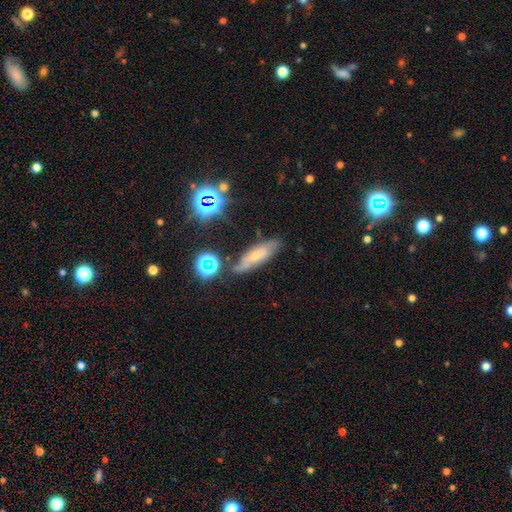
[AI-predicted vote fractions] The model was most divided on "smooth or featured": smooth: 44%, featured or disk: 38%, star or artifact: 18%. More confident: merging — none (65%).